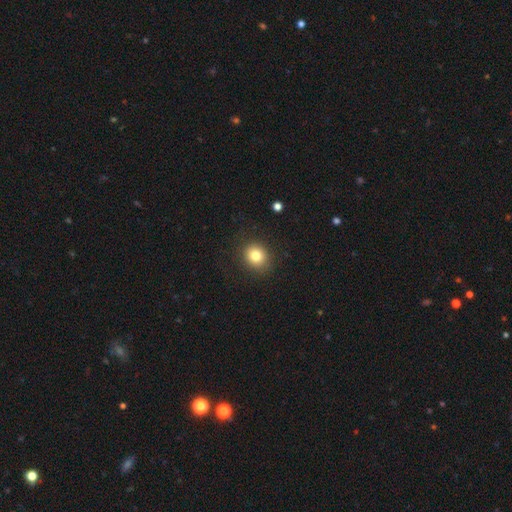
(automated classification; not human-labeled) Q: Smooth or featured?
A: smooth (81%); runner-up: star or artifact (11%)
Q: How rounded?
A: round (76%); runner-up: in between (23%)
Q: Merging?
A: none (88%); runner-up: minor disturbance (8%)